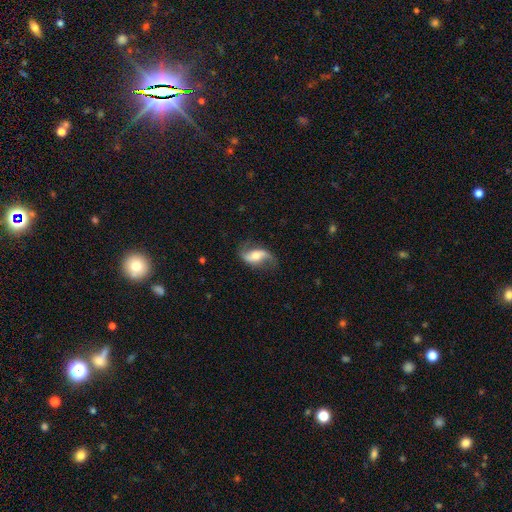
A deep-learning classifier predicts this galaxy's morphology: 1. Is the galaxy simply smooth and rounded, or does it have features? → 78% featured or disk, 16% smooth, 6% star or artifact.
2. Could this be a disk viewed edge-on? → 94% no, 6% yes.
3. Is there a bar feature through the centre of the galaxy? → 43% no, 34% weak, 24% strong.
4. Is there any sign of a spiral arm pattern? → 93% yes, 7% no.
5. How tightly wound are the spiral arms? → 80% loose, 16% medium, 5% tight.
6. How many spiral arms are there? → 92% 2, 3% 1, 3% can't tell, 1% 3, 1% 4, 1% more than 4.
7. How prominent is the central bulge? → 60% moderate, 25% small, 10% large, 2% none, 2% dominant.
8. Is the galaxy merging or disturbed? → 73% none, 17% minor disturbance, 8% major disturbance, 1% merger.